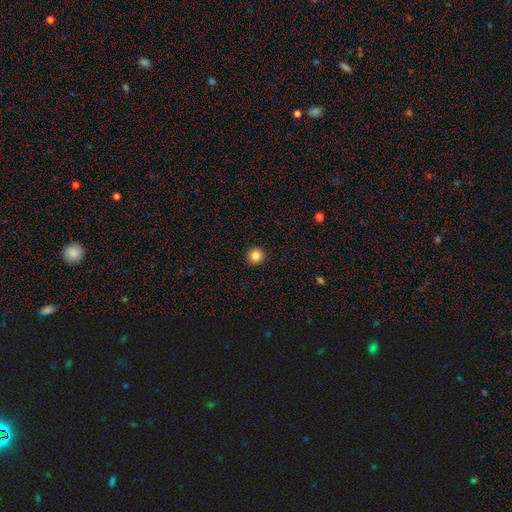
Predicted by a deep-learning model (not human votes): Morphology: type=smooth (85%); roundness=round (95%); merging=none (93%).